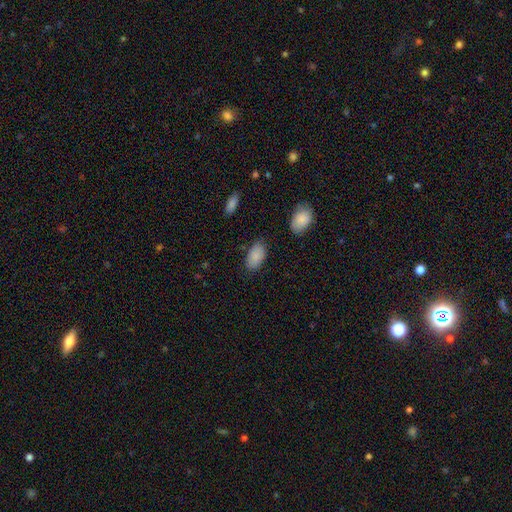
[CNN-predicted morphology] smooth-or-featured: smooth: 87% | star or artifact: 7% | featured or disk: 6%
  how-rounded: in between: 94% | round: 4% | cigar-shaped: 2%
  merging: none: 81% | minor disturbance: 13% | major disturbance: 3% | merger: 2%